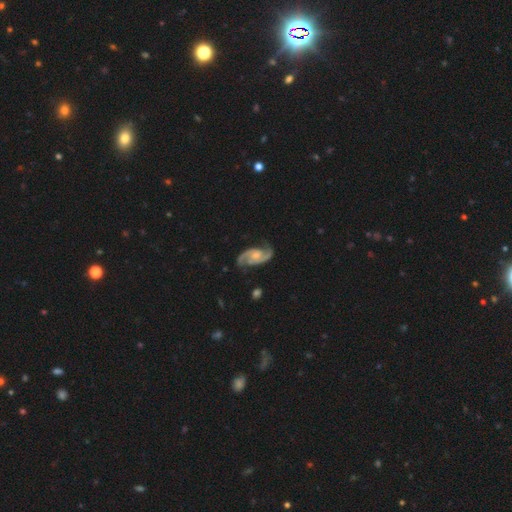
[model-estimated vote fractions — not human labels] A featured or disk galaxy (92%) with no bar (61%), 2 (94%) medium (56%) spiral arms (98%) and a small central bulge (48%).

Vote fractions:
- Smooth or featured? featured or disk: 92% / smooth: 4% / star or artifact: 4%
- Edge-on disk? no: 98% / yes: 2%
- Bar? no: 61% / weak: 32% / strong: 7%
- Spiral arms? yes: 98% / no: 2%
- Spiral winding? medium: 56% / loose: 24% / tight: 20%
- Spiral arm count? 2: 94% / can't tell: 2% / 3: 2% / 1: 1% / 4: 1% / more than 4: 1%
- Bulge size? small: 48% / moderate: 41% / none: 6% / large: 3% / dominant: 1%
- Merging? none: 79% / minor disturbance: 14% / major disturbance: 5% / merger: 2%